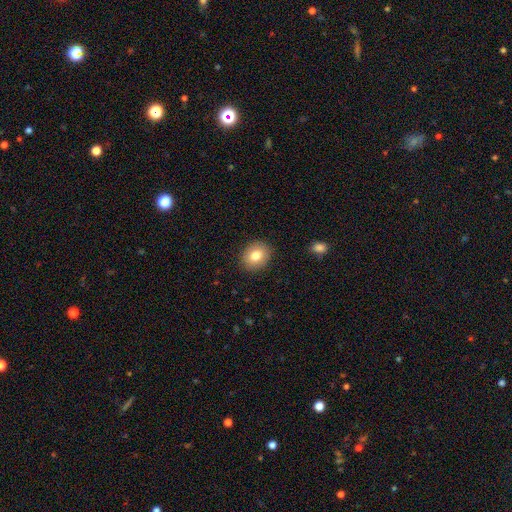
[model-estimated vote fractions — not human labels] Q: Smooth or featured?
A: smooth (80%); runner-up: featured or disk (11%)
Q: How rounded?
A: round (61%); runner-up: in between (38%)
Q: Merging?
A: none (89%); runner-up: minor disturbance (8%)